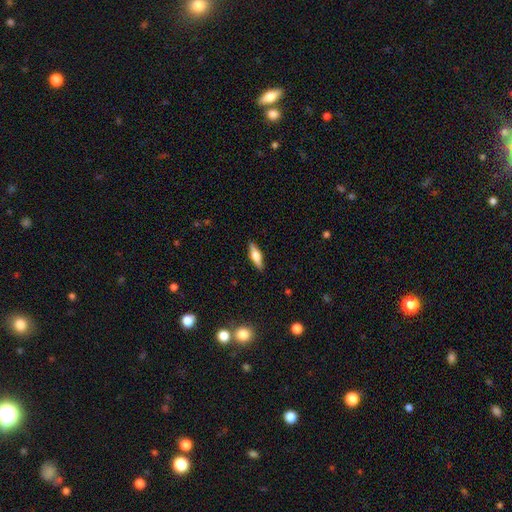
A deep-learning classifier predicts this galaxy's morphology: Smooth or featured?
  - smooth: 53% *
  - featured or disk: 40%
  - star or artifact: 6%
How rounded?
  - cigar-shaped: 54% *
  - in between: 44%
  - round: 3%
Merging?
  - none: 89% *
  - minor disturbance: 8%
  - major disturbance: 2%
  - merger: 1%